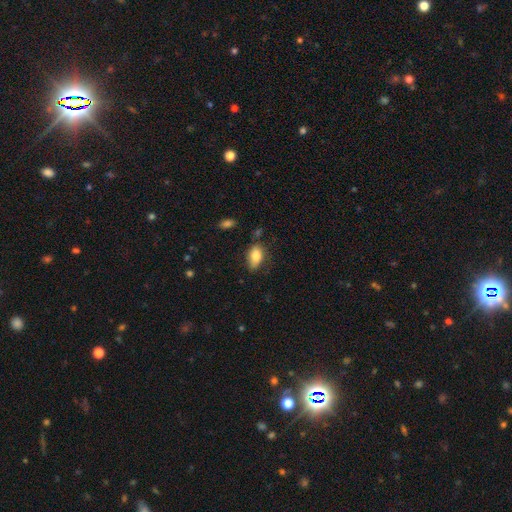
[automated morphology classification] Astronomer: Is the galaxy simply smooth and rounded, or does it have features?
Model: smooth — 83%.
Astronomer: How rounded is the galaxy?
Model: in between — 90%.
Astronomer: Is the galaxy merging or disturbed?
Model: none — 57%.